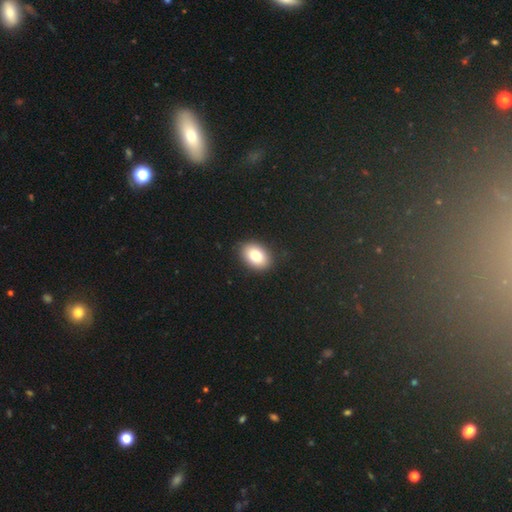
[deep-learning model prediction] Smooth or featured: smooth — 82% (featured or disk — 9%)
How rounded: in between — 83% (round — 16%)
Merging: none — 88% (minor disturbance — 9%)